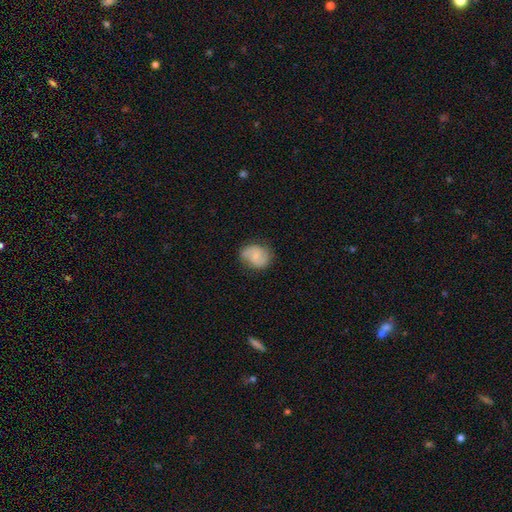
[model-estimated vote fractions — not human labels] Smooth or featured? smooth (57%)
How rounded? round (60%)
Merging? none (66%)